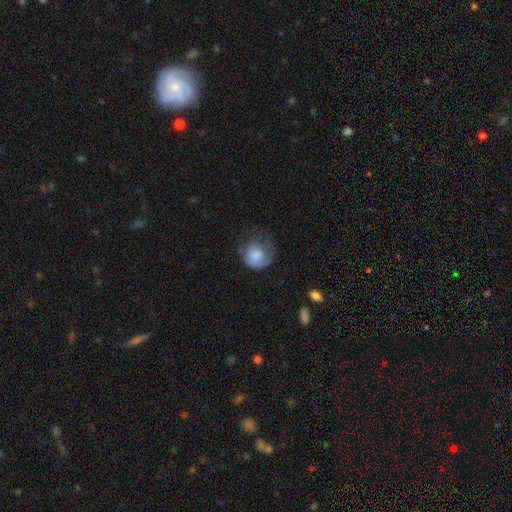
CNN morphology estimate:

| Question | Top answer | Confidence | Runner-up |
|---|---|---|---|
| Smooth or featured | smooth | 61% | featured or disk (32%) |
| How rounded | round | 75% | in between (24%) |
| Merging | none | 39% | major disturbance (33%) |